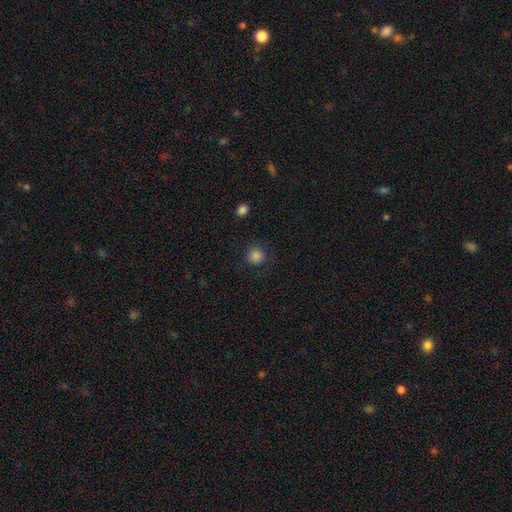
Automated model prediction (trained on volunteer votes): Morphology: type=smooth (85%); roundness=round (91%); merging=none (83%).